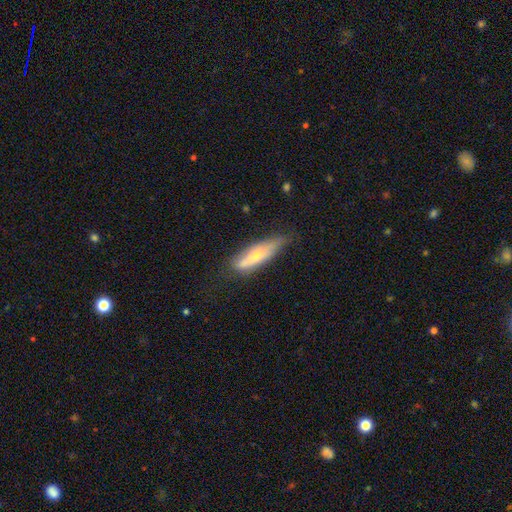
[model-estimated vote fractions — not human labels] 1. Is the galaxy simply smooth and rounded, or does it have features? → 54% smooth, 40% featured or disk, 7% star or artifact.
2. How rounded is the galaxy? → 60% cigar-shaped, 38% in between, 2% round.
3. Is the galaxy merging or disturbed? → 55% none, 33% minor disturbance, 9% major disturbance, 4% merger.